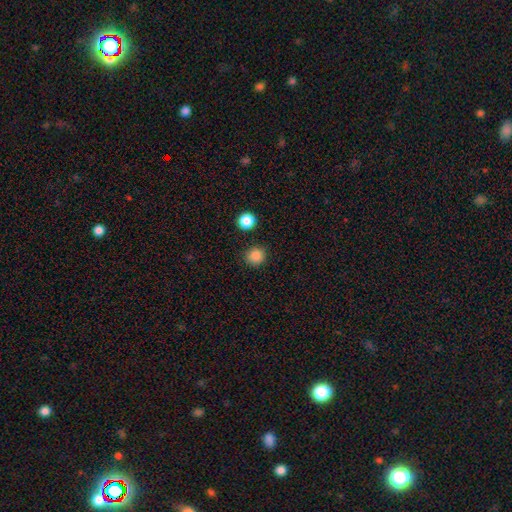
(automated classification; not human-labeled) smooth-or-featured: smooth: 86% | star or artifact: 12% | featured or disk: 3%
  how-rounded: round: 91% | in between: 8% | cigar-shaped: 1%
  merging: none: 88% | minor disturbance: 7% | merger: 2% | major disturbance: 2%